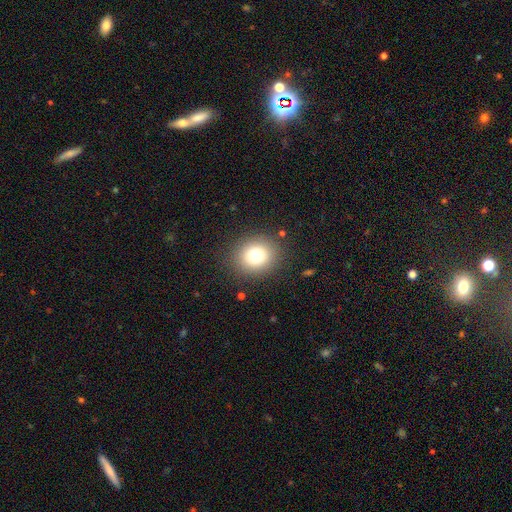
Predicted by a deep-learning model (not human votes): smooth 76%, star or artifact 14%, featured or disk 11%. Down the decision tree: how rounded — round (78%); merging — none (87%).